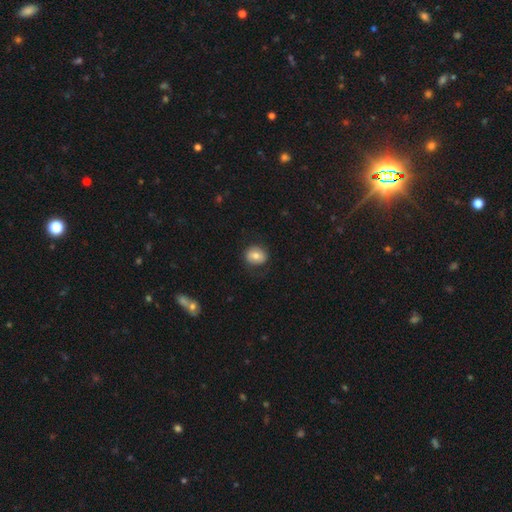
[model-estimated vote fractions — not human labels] Q: Smooth or featured?
A: smooth (73%); runner-up: featured or disk (18%)
Q: How rounded?
A: round (69%); runner-up: in between (30%)
Q: Merging?
A: none (79%); runner-up: minor disturbance (14%)